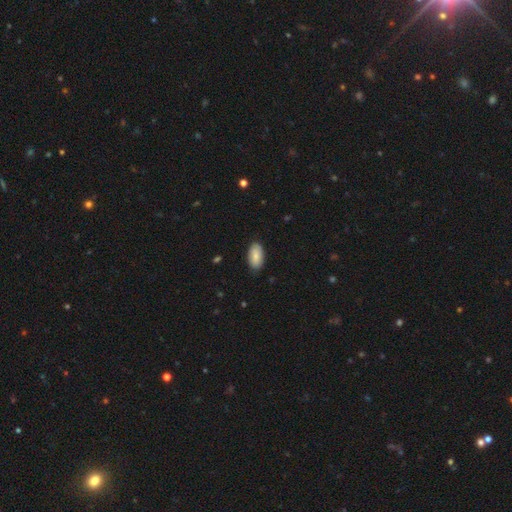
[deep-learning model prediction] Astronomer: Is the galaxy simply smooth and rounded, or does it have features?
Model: smooth — 84%.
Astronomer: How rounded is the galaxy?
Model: in between — 95%.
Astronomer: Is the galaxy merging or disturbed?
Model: none — 85%.